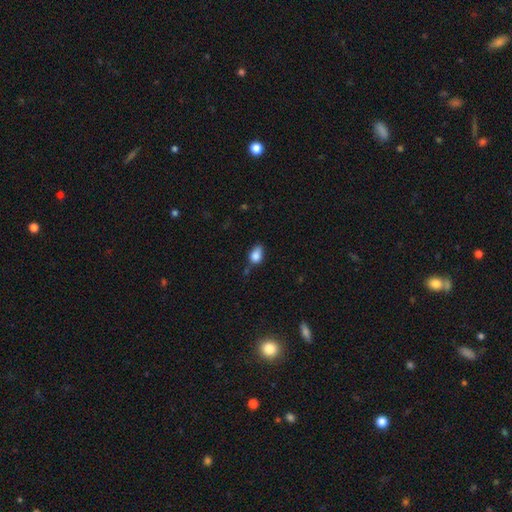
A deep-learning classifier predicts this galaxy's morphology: This is clearly a smooth galaxy (85%). How rounded: likely in between (79%). Merging: possibly none (54%).